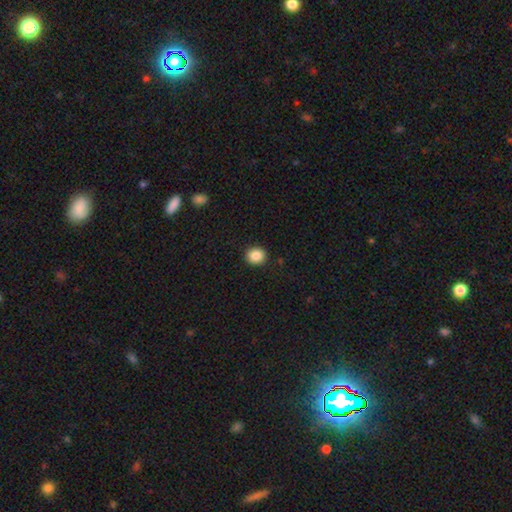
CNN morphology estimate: Q: Smooth or featured?
A: smooth (87%); runner-up: star or artifact (9%)
Q: How rounded?
A: round (81%); runner-up: in between (18%)
Q: Merging?
A: none (91%); runner-up: minor disturbance (6%)